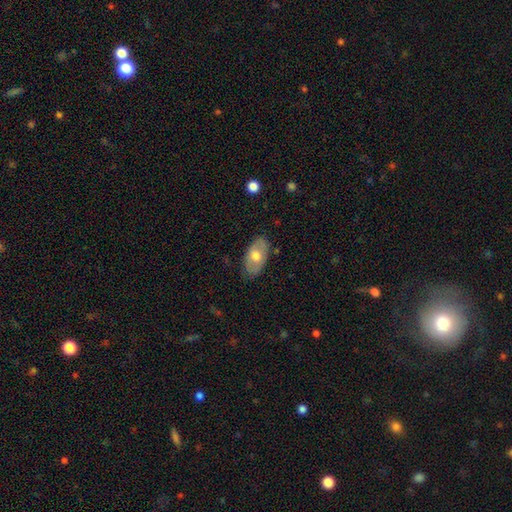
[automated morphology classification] The model was most divided on "smooth or featured": smooth: 56%, featured or disk: 38%, star or artifact: 6%. More confident: how rounded — in between (92%); merging — none (79%).